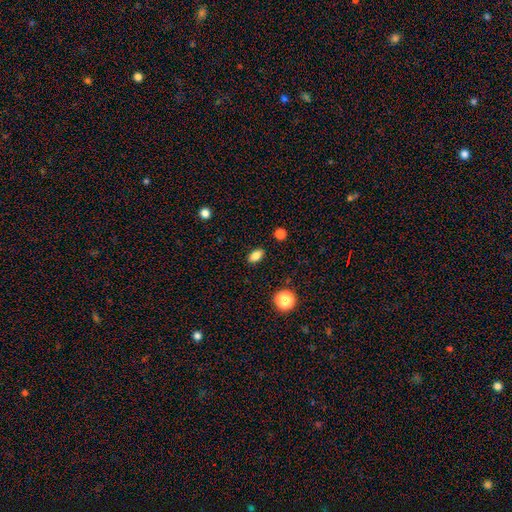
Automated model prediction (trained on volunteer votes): Smooth or featured: smooth — 82% (star or artifact — 10%)
How rounded: in between — 85% (round — 11%)
Merging: none — 88% (minor disturbance — 8%)